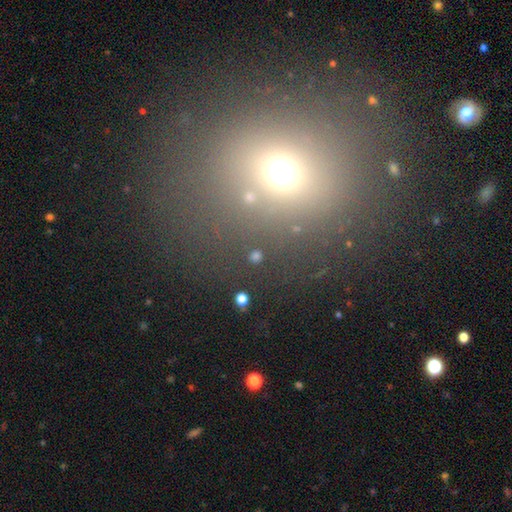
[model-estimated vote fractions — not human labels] A smooth galaxy with no disk features (53%) that is round (69%). Merging: none (81%).